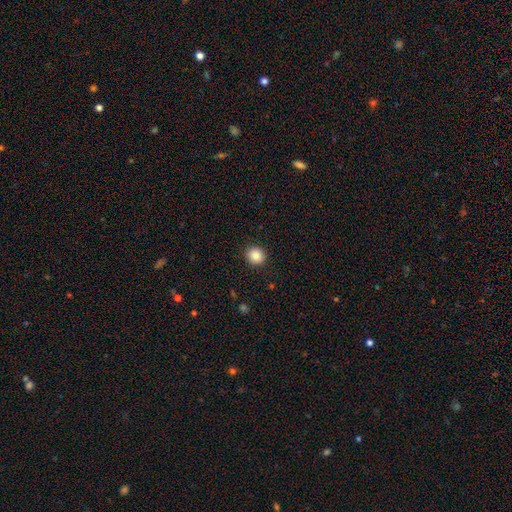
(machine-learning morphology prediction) Q: Smooth or featured?
A: smooth (87%); runner-up: star or artifact (10%)
Q: How rounded?
A: round (89%); runner-up: in between (10%)
Q: Merging?
A: none (92%); runner-up: minor disturbance (6%)